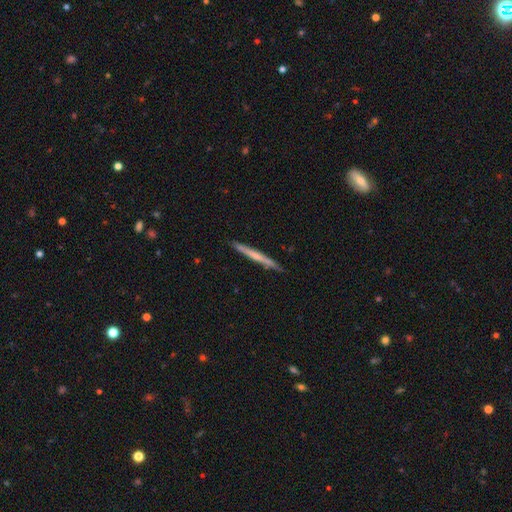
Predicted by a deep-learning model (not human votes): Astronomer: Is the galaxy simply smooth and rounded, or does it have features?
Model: featured or disk — 49% (runner-up: smooth, 46%).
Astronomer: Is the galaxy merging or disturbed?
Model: none — 89%.